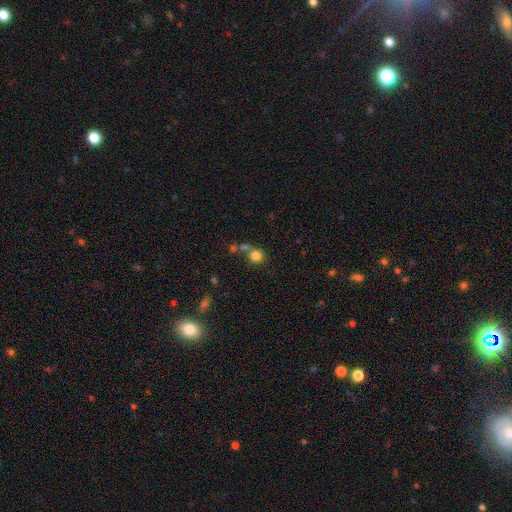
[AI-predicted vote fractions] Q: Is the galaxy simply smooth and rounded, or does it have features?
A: smooth — 81%.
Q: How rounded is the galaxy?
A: round — 89%.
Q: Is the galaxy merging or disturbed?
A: none — 61%.